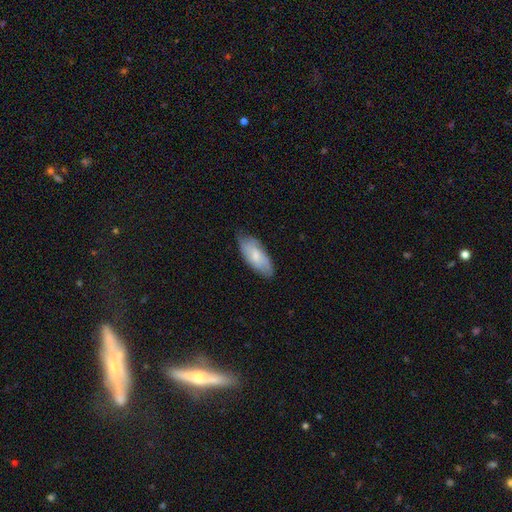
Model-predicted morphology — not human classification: A smooth galaxy with no disk features (66%) that is in between round and cigar-shaped (83%).

Vote fractions:
- Smooth or featured? smooth: 66% / featured or disk: 28% / star or artifact: 6%
- How rounded? in between: 83% / cigar-shaped: 15% / round: 2%
- Merging? none: 71% / minor disturbance: 24% / major disturbance: 4% / merger: 1%